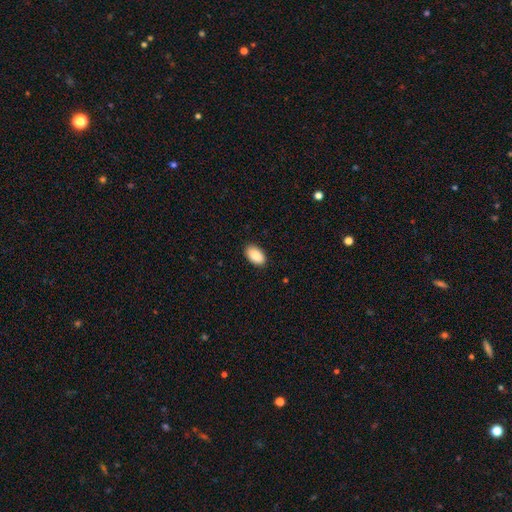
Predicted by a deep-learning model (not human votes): Morphology: type=smooth (90%); roundness=in between (94%); merging=none (89%).